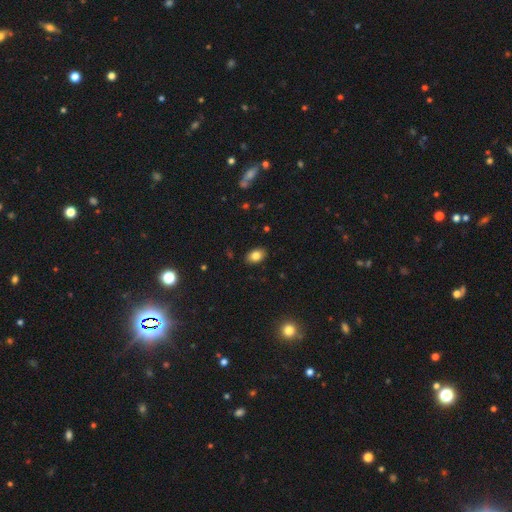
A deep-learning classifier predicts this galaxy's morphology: smooth 83%, star or artifact 9%, featured or disk 8%. Down the decision tree: how rounded — in between (84%); merging — none (88%).